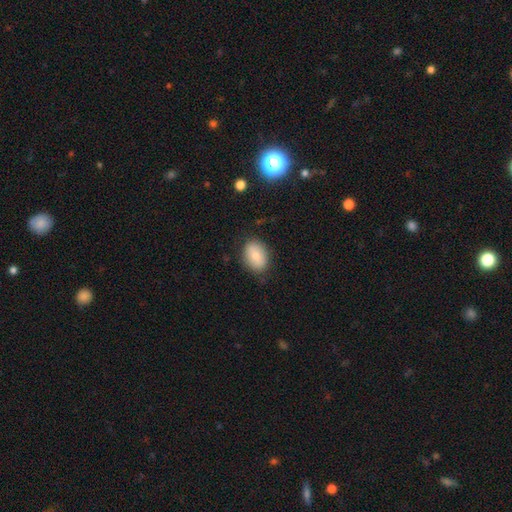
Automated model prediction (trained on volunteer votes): A smooth galaxy with no disk features (75%) that is in between round and cigar-shaped (76%). Merging: none (81%).